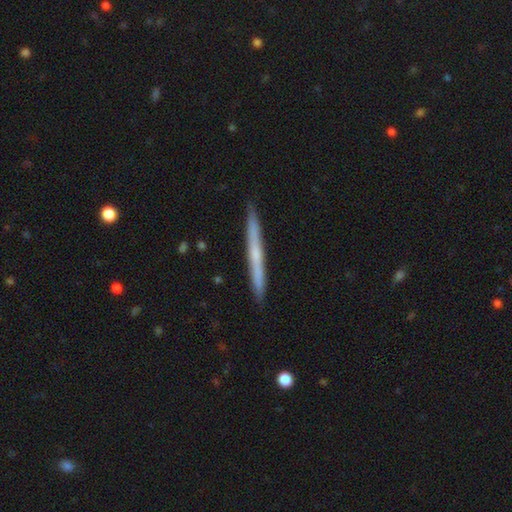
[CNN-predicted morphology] smooth-or-featured: featured or disk: 53% | smooth: 41% | star or artifact: 6%
  disk-edge-on: yes: 97% | no: 3%
    edge-on-bulge: none: 67% | rounded: 29% | boxy: 4%
  merging: none: 91% | minor disturbance: 7% | major disturbance: 1% | merger: 1%